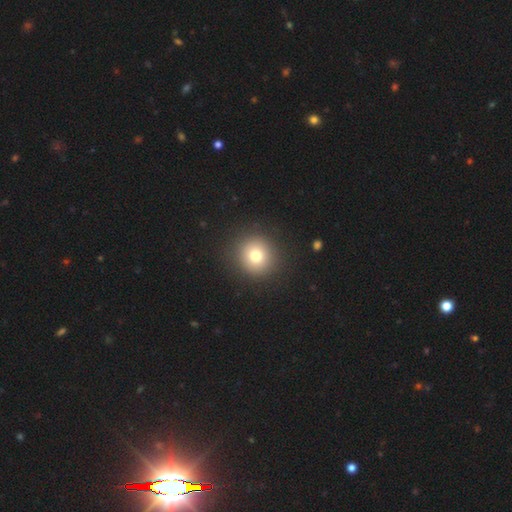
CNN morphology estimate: A smooth galaxy with no disk features (77%) that is round (92%). Merging: none (91%).